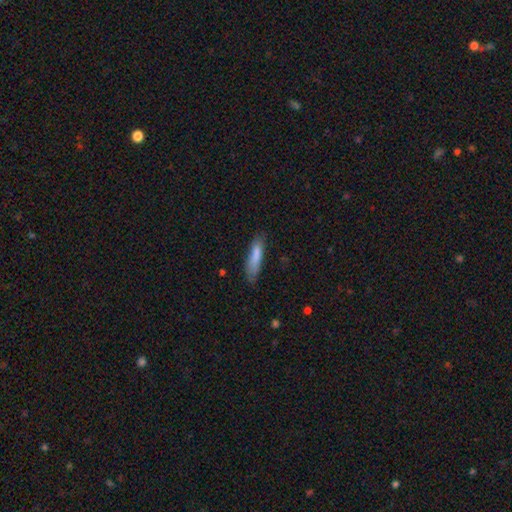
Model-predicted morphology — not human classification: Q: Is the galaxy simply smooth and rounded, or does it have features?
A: smooth — 82%.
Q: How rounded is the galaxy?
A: cigar-shaped — 71%.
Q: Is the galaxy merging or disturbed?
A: none — 68%.